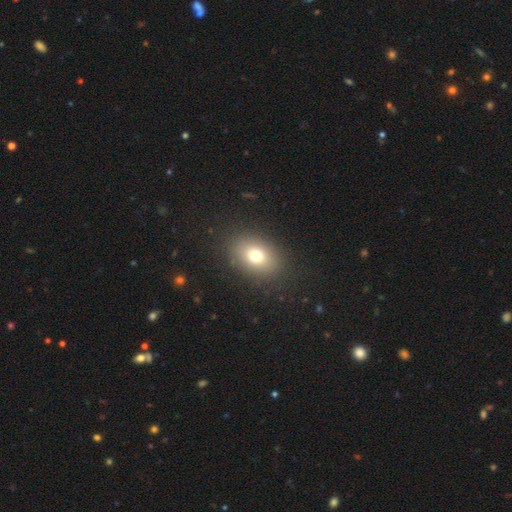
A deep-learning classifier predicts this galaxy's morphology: A smooth galaxy with no disk features (74%) that is in between round and cigar-shaped (68%). Merging: none (86%).